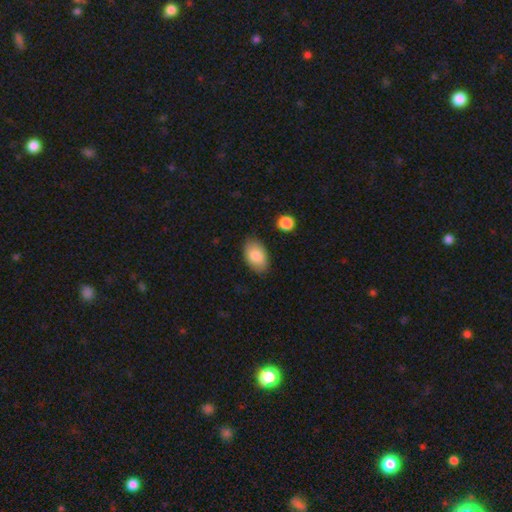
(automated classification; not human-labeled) smooth_or_featured: smooth (p=0.84) [alt: featured or disk p=0.10]
how_rounded: in between (p=0.91) [alt: round p=0.07]
merging: none (p=0.81) [alt: minor disturbance p=0.14]